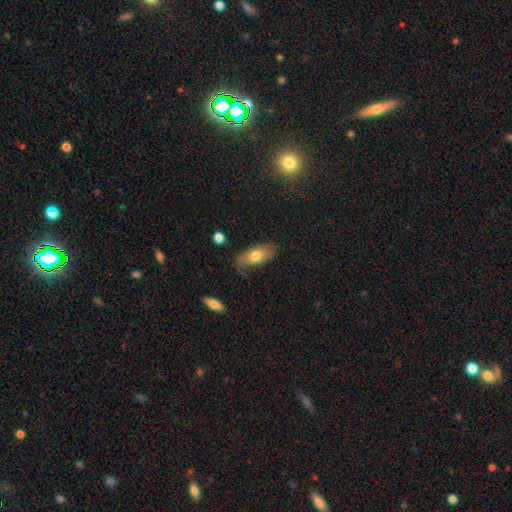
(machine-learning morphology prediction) The model was most divided on "smooth or featured": smooth: 71%, featured or disk: 22%, star or artifact: 7%. More confident: how rounded — in between (86%); merging — none (72%).